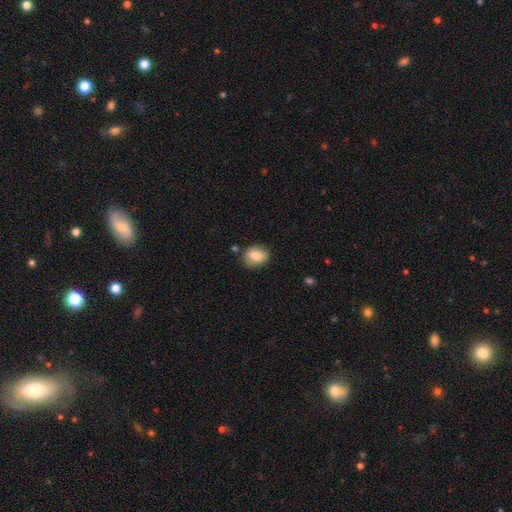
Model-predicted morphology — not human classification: smooth-or-featured: smooth: 82% | featured or disk: 11% | star or artifact: 8%
  how-rounded: in between: 50% | round: 49% | cigar-shaped: 1%
  merging: none: 81% | minor disturbance: 13% | merger: 3% | major disturbance: 3%